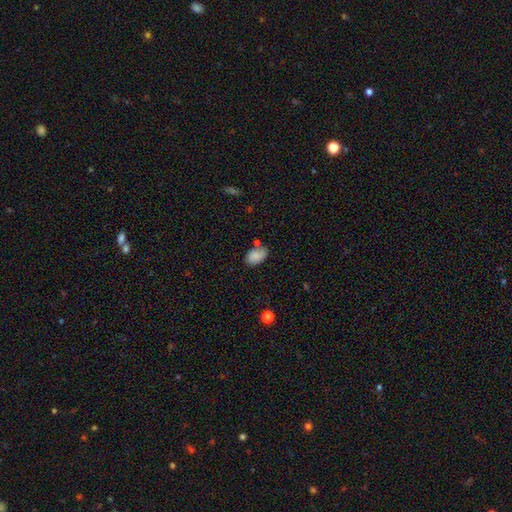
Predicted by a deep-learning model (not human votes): smooth-or-featured: smooth: 81% | featured or disk: 10% | star or artifact: 9%
  how-rounded: in between: 86% | round: 12% | cigar-shaped: 1%
  merging: none: 59% | minor disturbance: 23% | merger: 11% | major disturbance: 7%